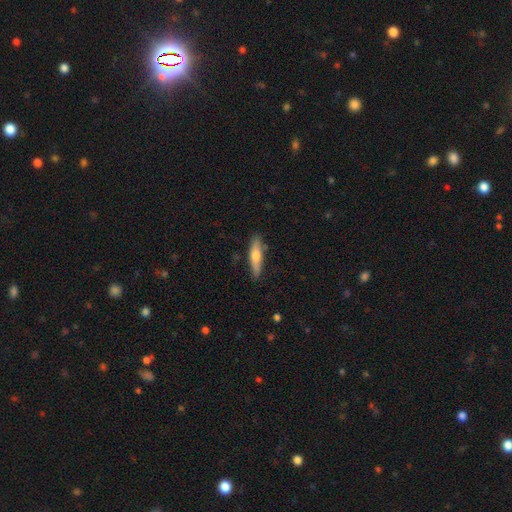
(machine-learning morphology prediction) Q: Smooth or featured?
A: smooth (58%); runner-up: featured or disk (36%)
Q: How rounded?
A: cigar-shaped (77%); runner-up: in between (21%)
Q: Merging?
A: none (84%); runner-up: minor disturbance (12%)